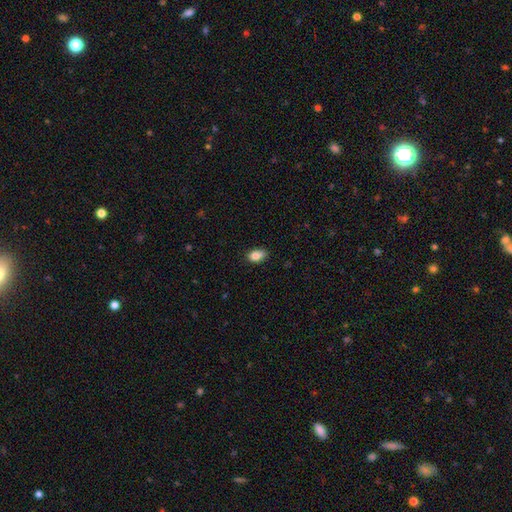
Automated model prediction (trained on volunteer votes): A smooth galaxy with no disk features (84%) that is in between round and cigar-shaped (83%). Merging: none (70%).